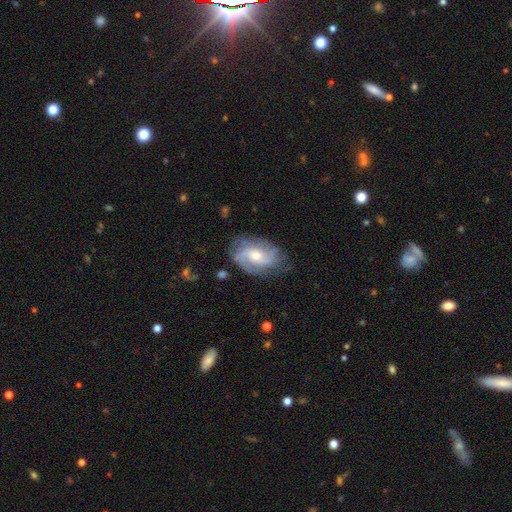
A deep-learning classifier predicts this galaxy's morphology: type=featured or disk (84%); edge-on=no (97%); bar=no (58%); spiral arms=yes (96%); winding=medium (44%); arm count=2 (41%); bulge=moderate (58%); merging=none (72%).